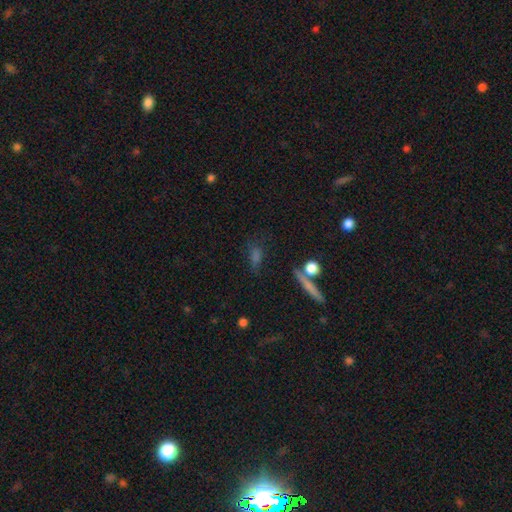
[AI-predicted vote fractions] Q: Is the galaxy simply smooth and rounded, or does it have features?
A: smooth — 57%.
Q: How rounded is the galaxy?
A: in between — 47%.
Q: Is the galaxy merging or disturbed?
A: none — 67%.